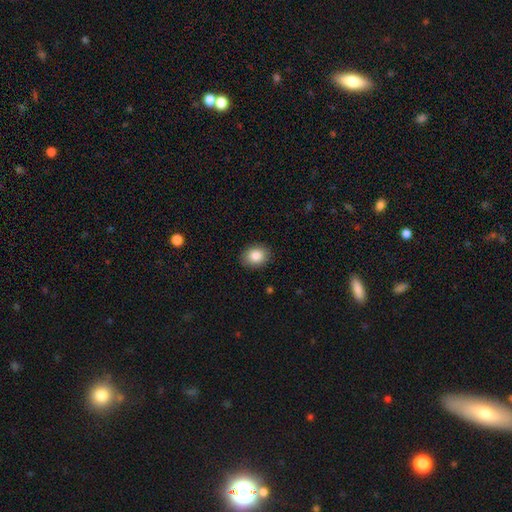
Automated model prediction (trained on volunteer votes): This is clearly a smooth galaxy (86%). How rounded: possibly in between (58%). Merging: clearly none (89%).